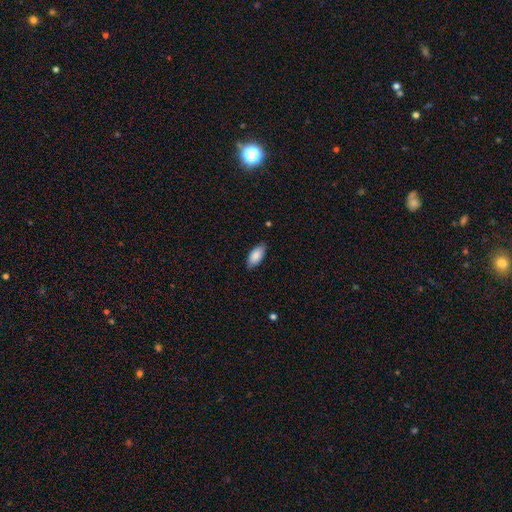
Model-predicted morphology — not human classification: A smooth galaxy with no disk features (86%) that is in between round and cigar-shaped (90%). Merging: none (85%).